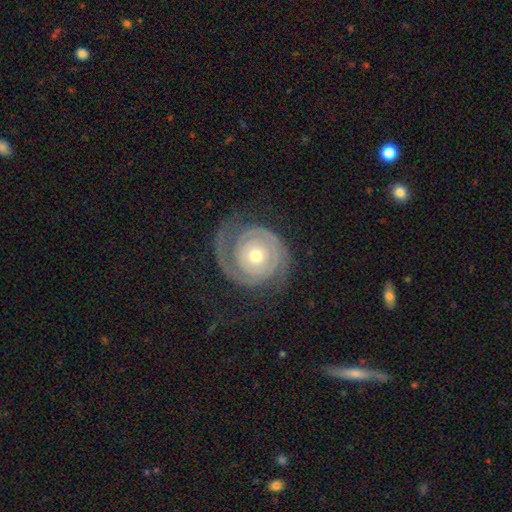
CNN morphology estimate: Q: Smooth or featured?
A: featured or disk (90%); runner-up: smooth (6%)
Q: Edge-on disk?
A: no (98%); runner-up: yes (2%)
Q: Bar?
A: no (80%); runner-up: weak (14%)
Q: Spiral arms?
A: yes (97%); runner-up: no (3%)
Q: Spiral winding?
A: tight (80%); runner-up: medium (16%)
Q: Spiral arm count?
A: 2 (69%); runner-up: 1 (11%)
Q: Bulge size?
A: moderate (51%); runner-up: small (45%)
Q: Merging?
A: none (74%); runner-up: minor disturbance (15%)